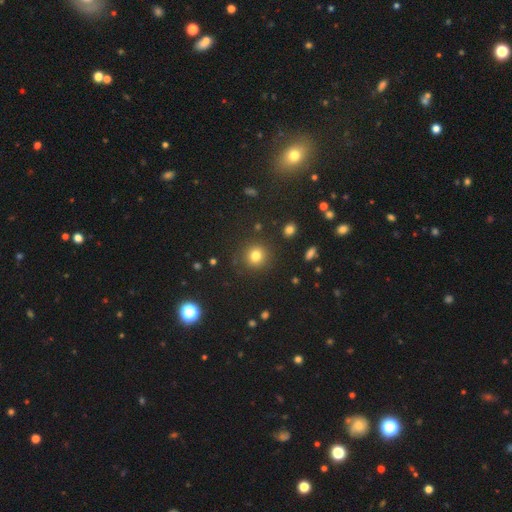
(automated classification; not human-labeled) A smooth galaxy with no disk features (79%) that is round (90%). Merging: none (88%).